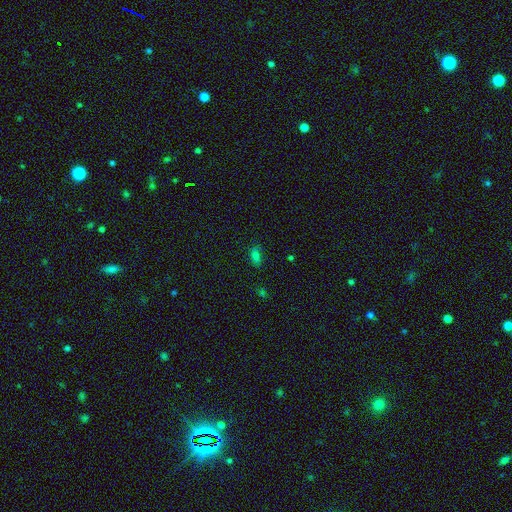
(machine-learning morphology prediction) Q: Smooth or featured?
A: smooth (74%); runner-up: star or artifact (19%)
Q: How rounded?
A: in between (86%); runner-up: round (7%)
Q: Merging?
A: none (79%); runner-up: minor disturbance (15%)